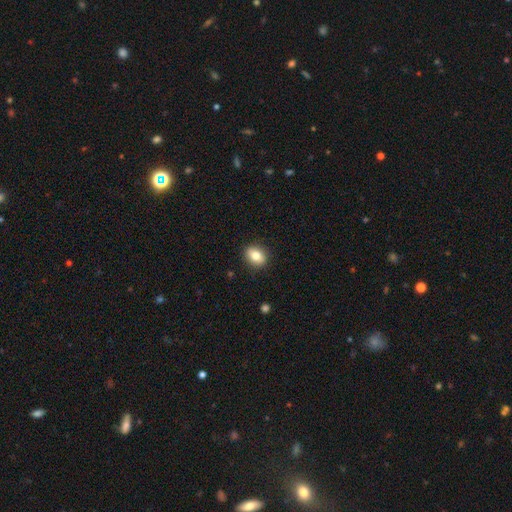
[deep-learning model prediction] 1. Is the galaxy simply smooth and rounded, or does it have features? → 78% smooth, 13% featured or disk, 9% star or artifact.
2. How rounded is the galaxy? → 57% in between, 41% round, 2% cigar-shaped.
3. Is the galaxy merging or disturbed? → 89% none, 8% minor disturbance, 2% major disturbance, 1% merger.